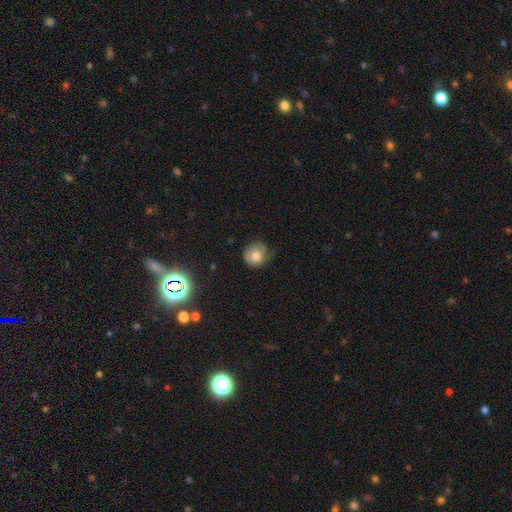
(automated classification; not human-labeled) The model was most divided on "merging": none: 54%, minor disturbance: 32%, major disturbance: 13%, merger: 1%. More confident: how rounded — round (82%); smooth or featured — smooth (70%).